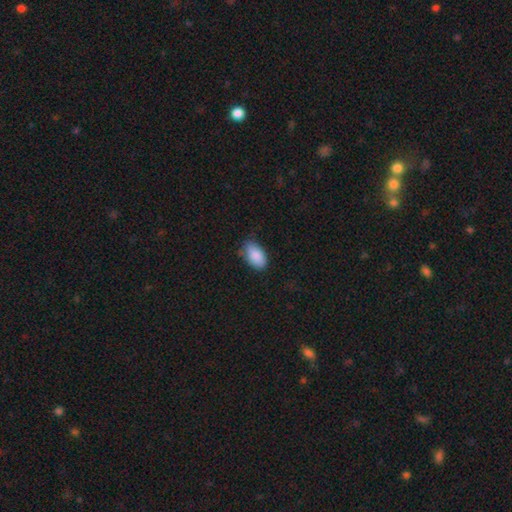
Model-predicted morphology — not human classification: smooth-or-featured: smooth: 87% | star or artifact: 7% | featured or disk: 6%
  how-rounded: in between: 94% | round: 4% | cigar-shaped: 2%
  merging: none: 68% | minor disturbance: 26% | major disturbance: 4% | merger: 1%